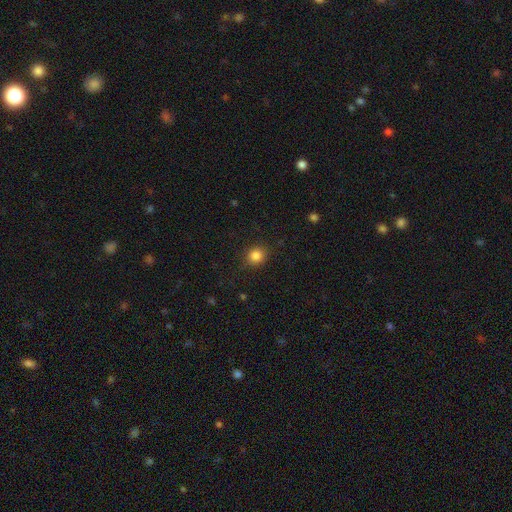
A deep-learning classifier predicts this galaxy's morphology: Smooth or featured: smooth — 85% (star or artifact — 11%)
How rounded: round — 80% (in between — 19%)
Merging: none — 87% (minor disturbance — 10%)